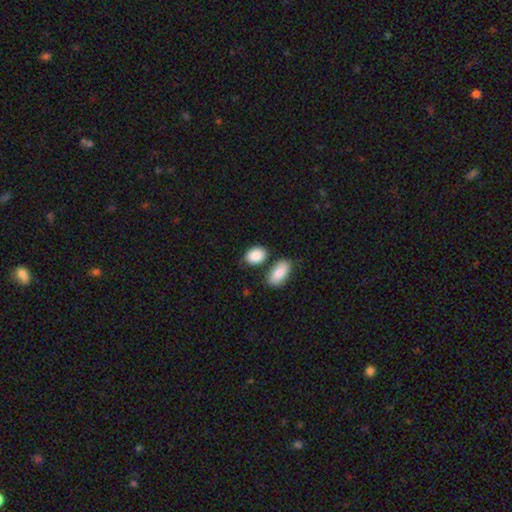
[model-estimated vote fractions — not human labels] A smooth galaxy with no disk features (87%) that is in between round and cigar-shaped (81%). Merging: none (68%).